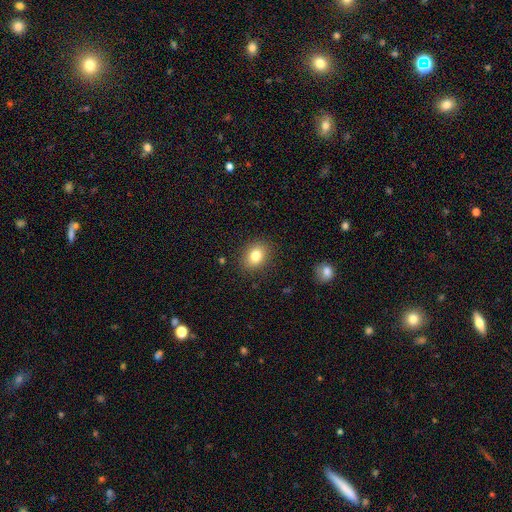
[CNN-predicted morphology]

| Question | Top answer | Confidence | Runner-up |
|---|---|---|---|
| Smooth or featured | smooth | 82% | star or artifact (10%) |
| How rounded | in between | 56% | round (43%) |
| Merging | none | 86% | minor disturbance (10%) |